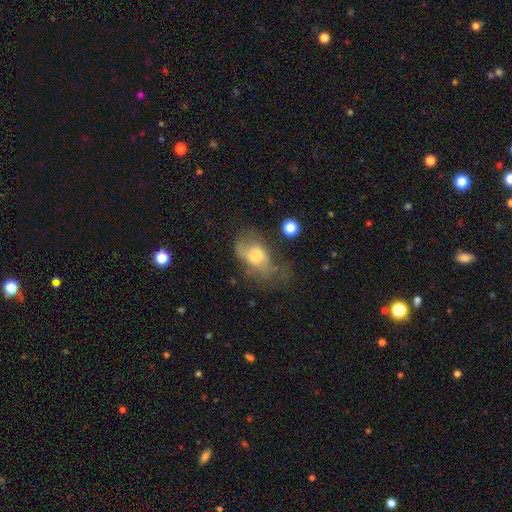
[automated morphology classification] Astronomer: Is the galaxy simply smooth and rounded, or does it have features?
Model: smooth — 55% (runner-up: featured or disk, 35%).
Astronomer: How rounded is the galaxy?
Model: in between — 83%.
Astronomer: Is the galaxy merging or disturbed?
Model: major disturbance — 37% (runner-up: none, 30%).